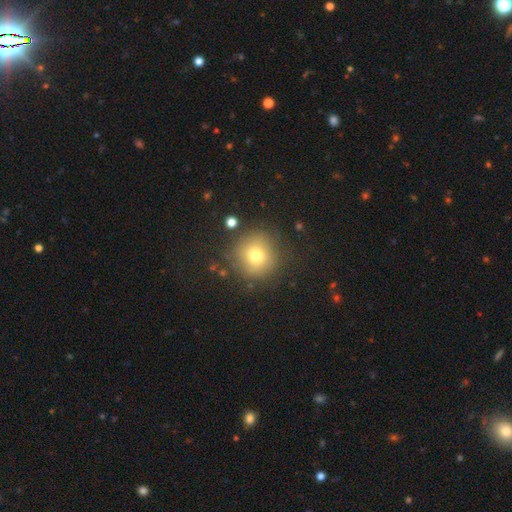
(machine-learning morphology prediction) smooth_or_featured: smooth (p=0.72) [alt: star or artifact p=0.14]
how_rounded: round (p=0.93) [alt: in between p=0.06]
merging: none (p=0.83) [alt: minor disturbance p=0.11]